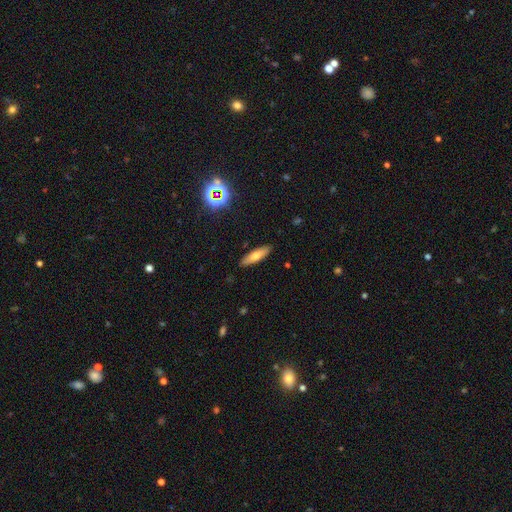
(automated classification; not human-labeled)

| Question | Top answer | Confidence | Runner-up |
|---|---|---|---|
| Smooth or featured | smooth | 64% | featured or disk (26%) |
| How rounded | cigar-shaped | 62% | in between (36%) |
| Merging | none | 89% | minor disturbance (8%) |